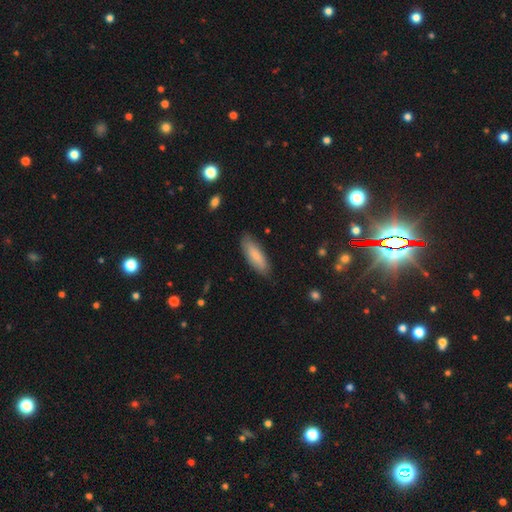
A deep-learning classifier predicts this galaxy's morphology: This appears to be a smooth galaxy with no disk features (83%) that is in between round and cigar-shaped (53%). Merging: none (84%).